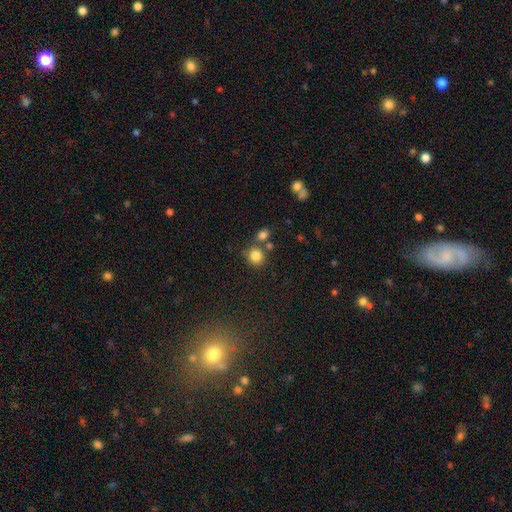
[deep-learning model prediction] The model was most divided on "merging": none: 61%, merger: 23%, minor disturbance: 11%, major disturbance: 4%. More confident: how rounded — round (83%); smooth or featured — smooth (82%).